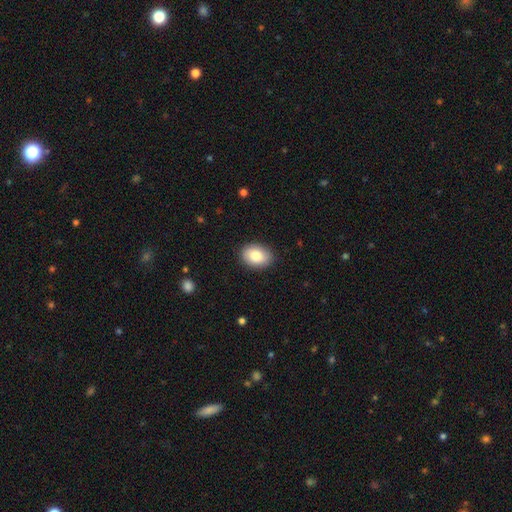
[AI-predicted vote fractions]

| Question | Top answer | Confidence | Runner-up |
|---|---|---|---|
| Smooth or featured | smooth | 85% | featured or disk (9%) |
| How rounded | in between | 80% | round (19%) |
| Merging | none | 88% | minor disturbance (9%) |